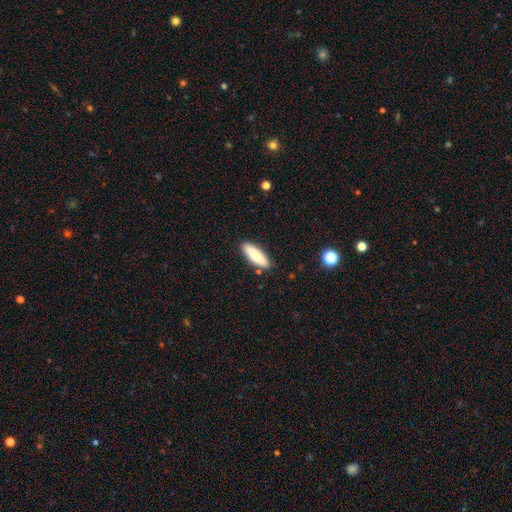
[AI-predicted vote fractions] Smooth or featured?
  - smooth: 82% *
  - featured or disk: 12%
  - star or artifact: 6%
How rounded?
  - in between: 53% *
  - cigar-shaped: 45%
  - round: 2%
Merging?
  - none: 87% *
  - minor disturbance: 9%
  - major disturbance: 2%
  - merger: 2%